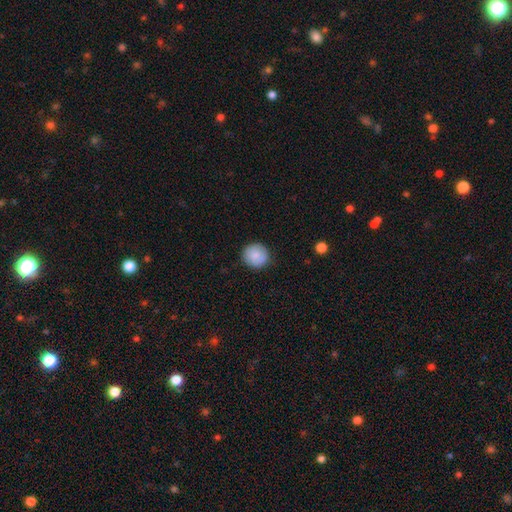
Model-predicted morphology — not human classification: Q: Smooth or featured?
A: smooth (83%); runner-up: featured or disk (10%)
Q: How rounded?
A: round (93%); runner-up: in between (7%)
Q: Merging?
A: none (87%); runner-up: minor disturbance (10%)